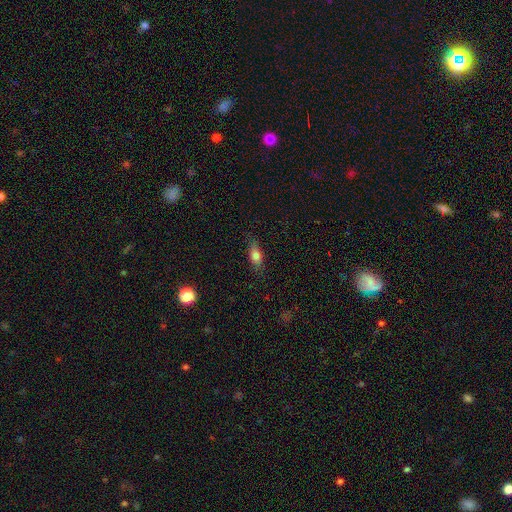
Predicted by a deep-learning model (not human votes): smooth 75%, featured or disk 17%, star or artifact 9%. Down the decision tree: how rounded — in between (72%); merging — none (76%).